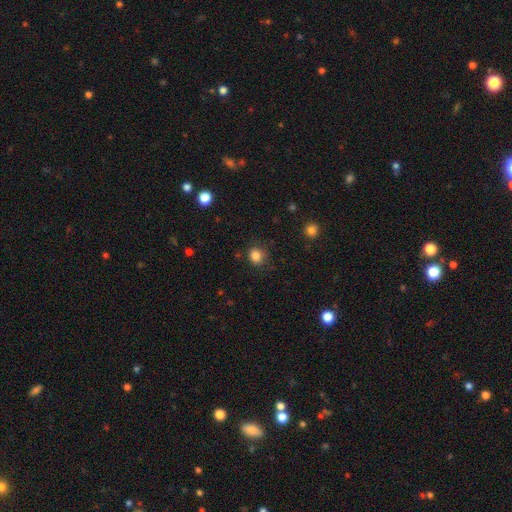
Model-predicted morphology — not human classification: smooth 84%, star or artifact 12%, featured or disk 4%. Down the decision tree: how rounded — round (61%); merging — none (80%).